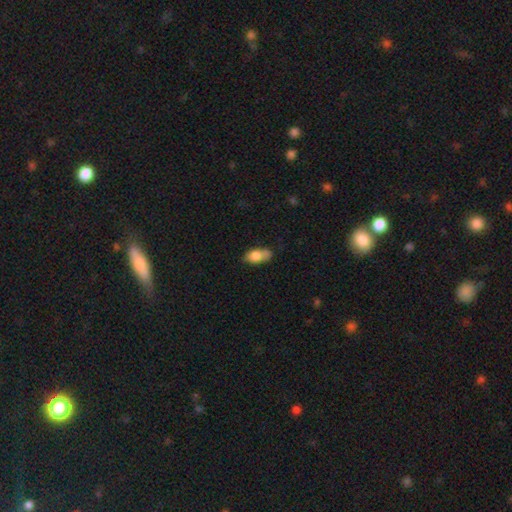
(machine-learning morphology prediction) Q: Smooth or featured?
A: smooth (77%); runner-up: featured or disk (16%)
Q: How rounded?
A: in between (85%); runner-up: cigar-shaped (10%)
Q: Merging?
A: none (57%); runner-up: minor disturbance (29%)